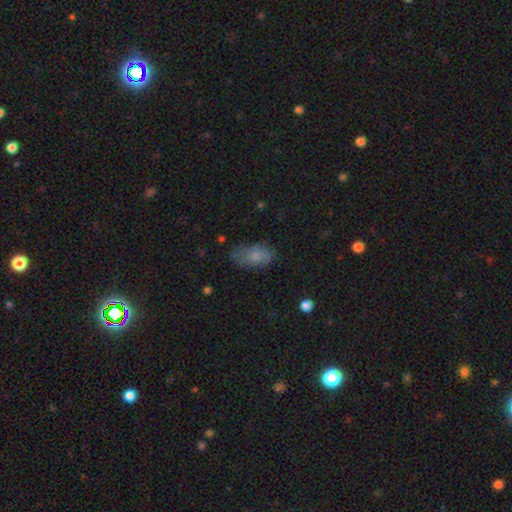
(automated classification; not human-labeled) This appears to be a smooth galaxy with no disk features (75%) that is in between round and cigar-shaped (91%). Merging: none (62%).